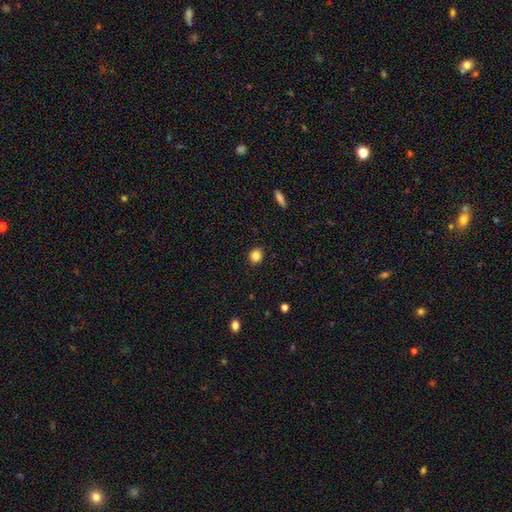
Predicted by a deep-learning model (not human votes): Smooth or featured? smooth (84%)
How rounded? round (76%)
Merging? none (90%)